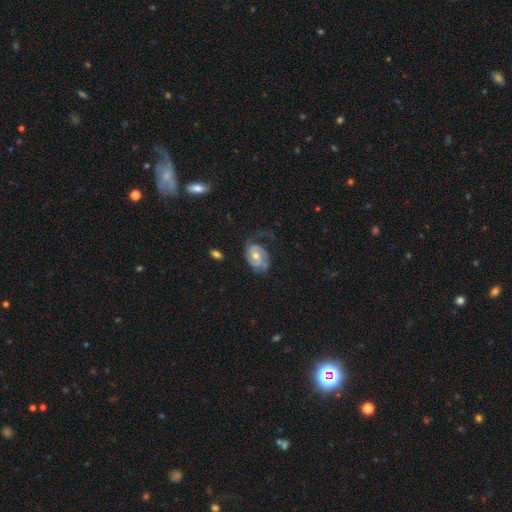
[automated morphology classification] Smooth or featured?
  - featured or disk: 72% *
  - smooth: 22%
  - star or artifact: 6%
Edge-on disk?
  - no: 96% *
  - yes: 4%
Bar?
  - no: 64% *
  - weak: 30%
  - strong: 7%
Spiral arms?
  - yes: 88% *
  - no: 12%
Spiral winding?
  - tight: 41% *
  - medium: 35%
  - loose: 24%
Spiral arm count?
  - 2: 45% *
  - can't tell: 22%
  - 1: 21%
  - 3: 7%
  - 4: 2%
  - more than 4: 2%
Bulge size?
  - moderate: 68% *
  - small: 26%
  - large: 4%
  - none: 1%
  - dominant: 1%
Merging?
  - none: 44% *
  - major disturbance: 29%
  - minor disturbance: 24%
  - merger: 2%